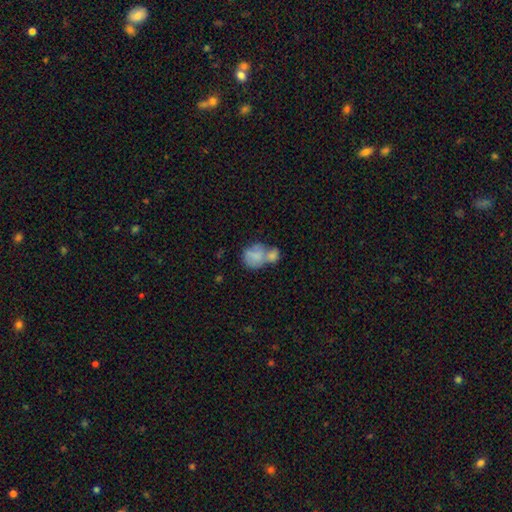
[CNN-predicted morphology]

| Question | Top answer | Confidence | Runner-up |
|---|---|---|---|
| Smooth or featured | smooth | 72% | featured or disk (20%) |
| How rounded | round | 54% | in between (44%) |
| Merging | merger | 63% | none (18%) |